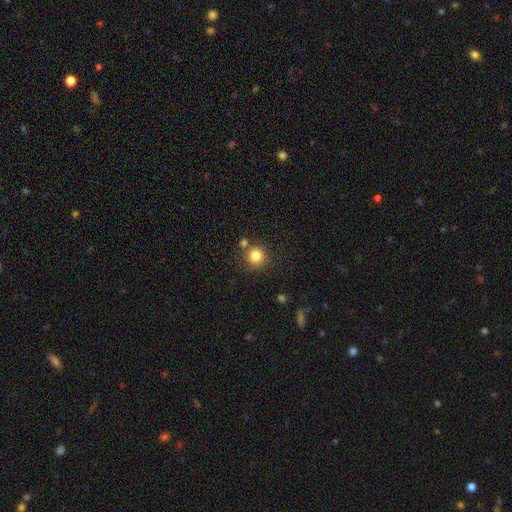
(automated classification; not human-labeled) Morphology: type=smooth (83%); roundness=round (92%); merging=none (76%).